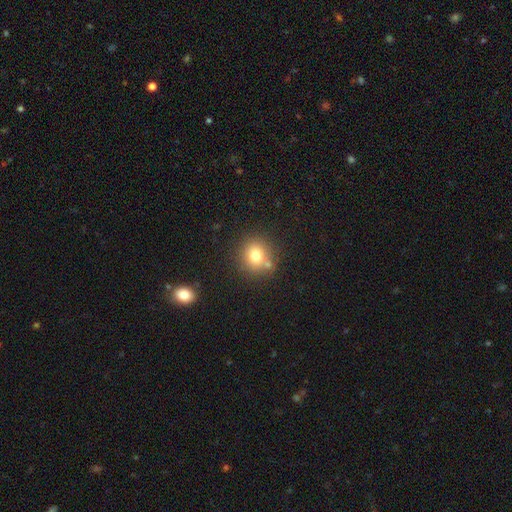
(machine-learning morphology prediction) Smooth or featured?
  - smooth: 77% *
  - star or artifact: 13%
  - featured or disk: 11%
How rounded?
  - round: 84% *
  - in between: 16%
  - cigar-shaped: 1%
Merging?
  - none: 72% *
  - merger: 13%
  - minor disturbance: 12%
  - major disturbance: 4%